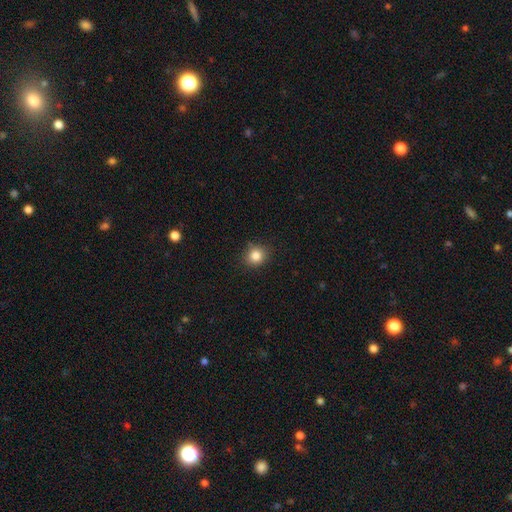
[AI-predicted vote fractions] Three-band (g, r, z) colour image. It shows a smooth galaxy with no disk features (84%) that is round (85%). Merging: none (85%).